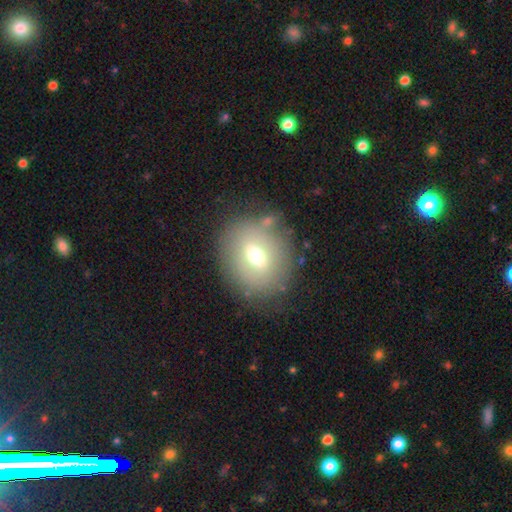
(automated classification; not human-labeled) This appears to be a smooth galaxy with no disk features (59%) that is round (57%). Merging: none (79%).